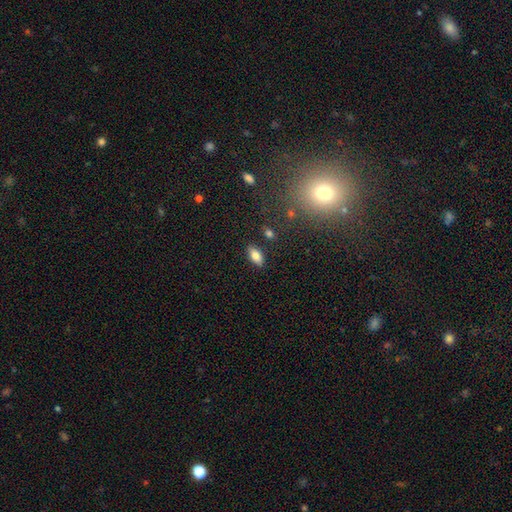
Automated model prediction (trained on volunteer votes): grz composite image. It shows a smooth galaxy with no disk features (79%) that is in between round and cigar-shaped (89%). Merging: none (87%).